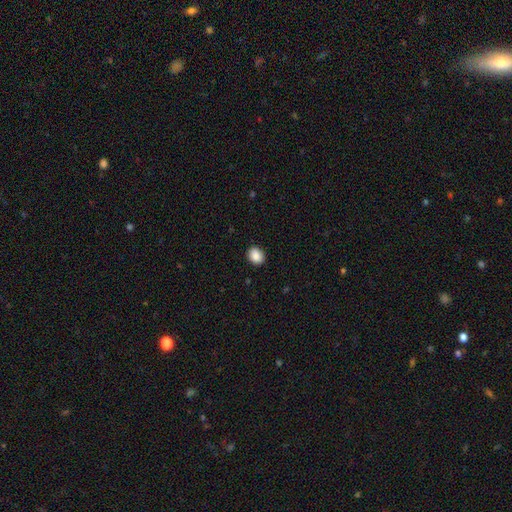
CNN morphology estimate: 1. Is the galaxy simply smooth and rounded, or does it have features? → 88% smooth, 8% star or artifact, 3% featured or disk.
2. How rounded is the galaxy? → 55% round, 45% in between, 1% cigar-shaped.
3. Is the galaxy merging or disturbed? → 89% none, 8% minor disturbance, 2% major disturbance, 1% merger.